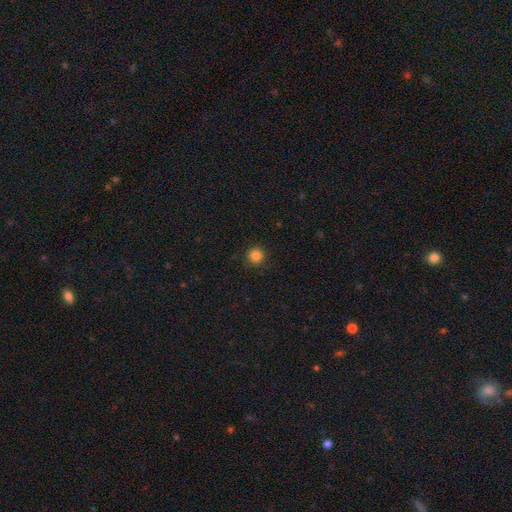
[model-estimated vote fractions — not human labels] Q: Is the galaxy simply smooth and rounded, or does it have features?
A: smooth — 84%.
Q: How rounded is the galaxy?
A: round — 95%.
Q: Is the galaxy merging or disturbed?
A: none — 89%.